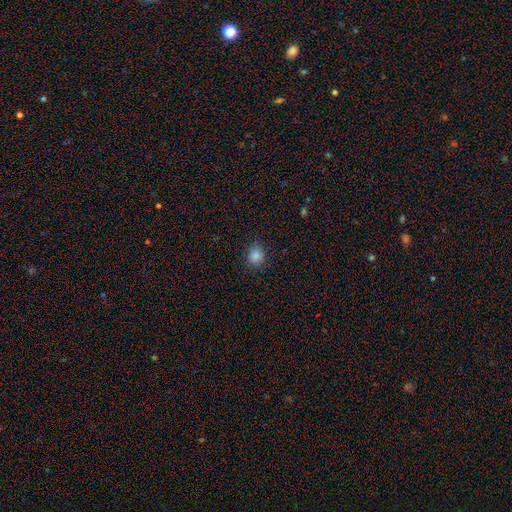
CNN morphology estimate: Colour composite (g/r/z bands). It shows a smooth galaxy with no disk features (85%) that is round (86%). Merging: none (87%).